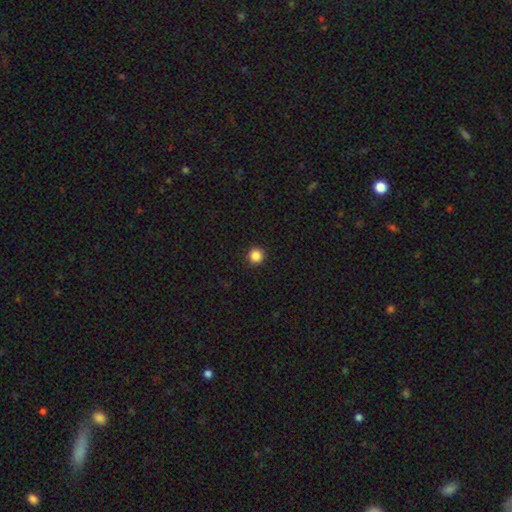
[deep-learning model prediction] Smooth or featured? smooth (86%)
How rounded? round (96%)
Merging? none (93%)